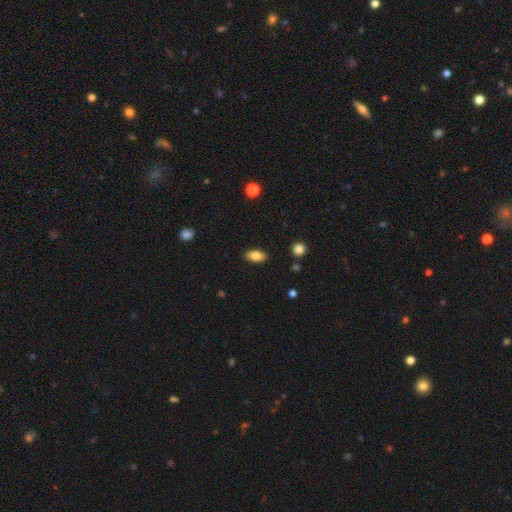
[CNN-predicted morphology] smooth-or-featured: smooth: 82% | featured or disk: 10% | star or artifact: 8%
  how-rounded: in between: 91% | round: 5% | cigar-shaped: 3%
  merging: none: 88% | minor disturbance: 8% | major disturbance: 2% | merger: 1%